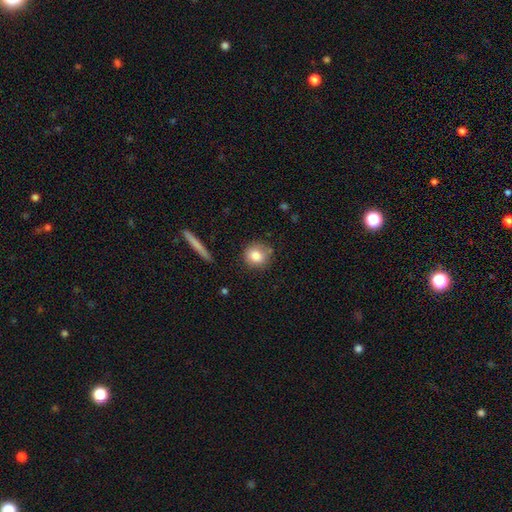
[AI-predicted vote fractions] Smooth or featured? Predicted: smooth (p=0.83). How rounded? Predicted: round (p=0.86). Merging? Predicted: none (p=0.76).